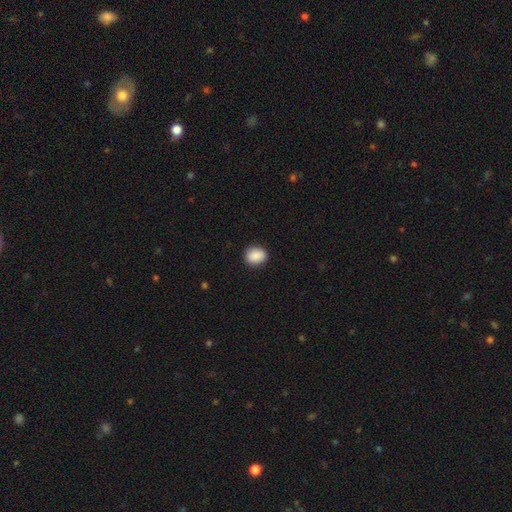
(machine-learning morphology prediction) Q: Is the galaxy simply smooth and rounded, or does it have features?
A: smooth — 89%.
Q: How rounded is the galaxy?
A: round — 58%.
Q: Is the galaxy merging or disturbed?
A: none — 89%.